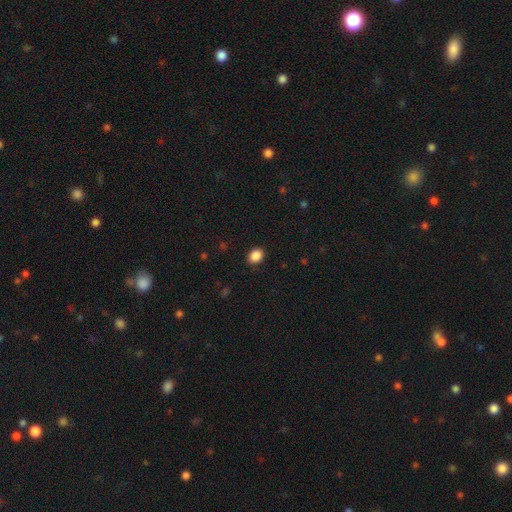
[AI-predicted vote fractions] This appears to be a smooth galaxy with no disk features (88%) that is in between round and cigar-shaped (57%). Merging: none (89%).